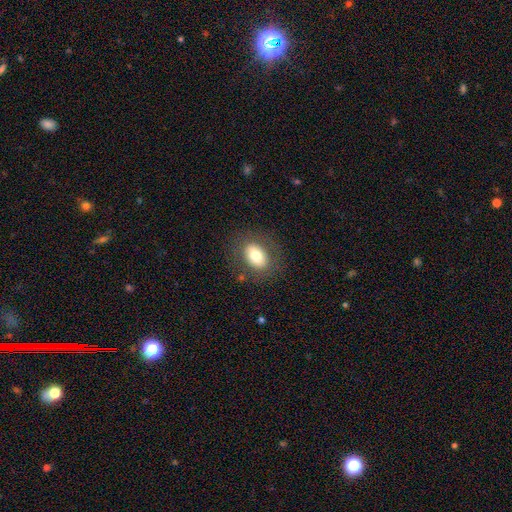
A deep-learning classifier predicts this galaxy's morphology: type=smooth (72%); roundness=in between (76%); merging=none (81%).